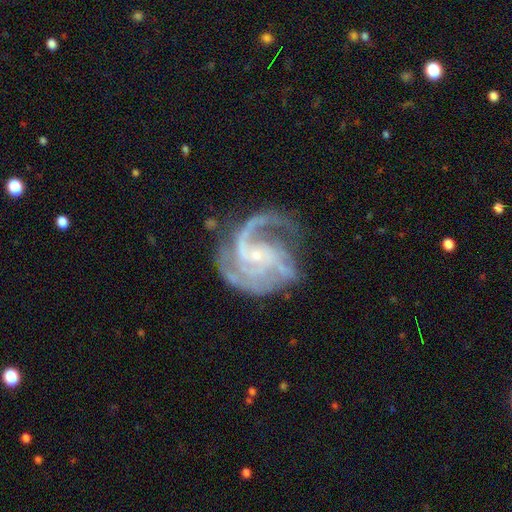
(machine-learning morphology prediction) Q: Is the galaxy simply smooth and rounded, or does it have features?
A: featured or disk — 91%.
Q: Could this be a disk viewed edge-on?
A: no — 98%.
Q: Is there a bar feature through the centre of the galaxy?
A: no — 62%.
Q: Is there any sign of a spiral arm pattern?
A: yes — 98%.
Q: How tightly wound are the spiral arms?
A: medium — 49%.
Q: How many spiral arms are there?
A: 3 — 36%.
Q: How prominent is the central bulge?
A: small — 82%.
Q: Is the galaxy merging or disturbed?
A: none — 62%.